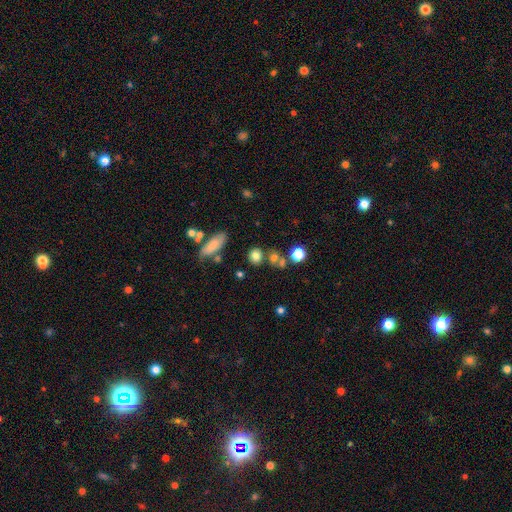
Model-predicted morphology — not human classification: A smooth galaxy with no disk features (77%) that is round (71%).

Vote fractions:
- Smooth or featured? smooth: 77% / star or artifact: 14% / featured or disk: 9%
- How rounded? round: 71% / in between: 26% / cigar-shaped: 3%
- Merging? none: 66% / merger: 18% / minor disturbance: 12% / major disturbance: 5%